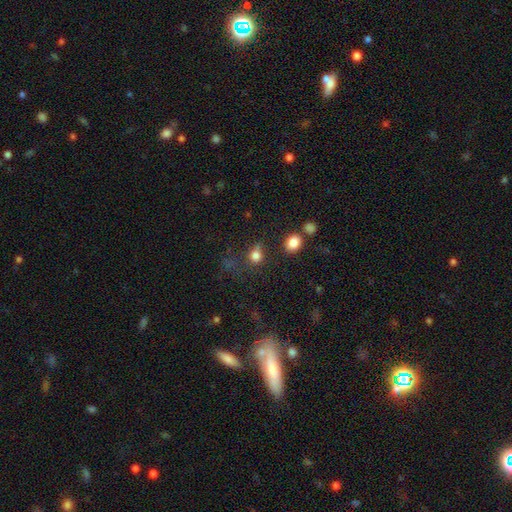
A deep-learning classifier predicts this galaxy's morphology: This appears to be a smooth galaxy with no disk features (78%) that is round (73%). Merging: none (56%).